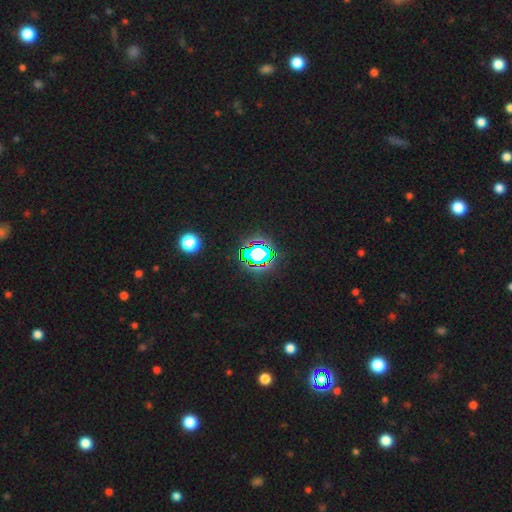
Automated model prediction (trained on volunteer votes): Morphology: type=star or artifact (77%).